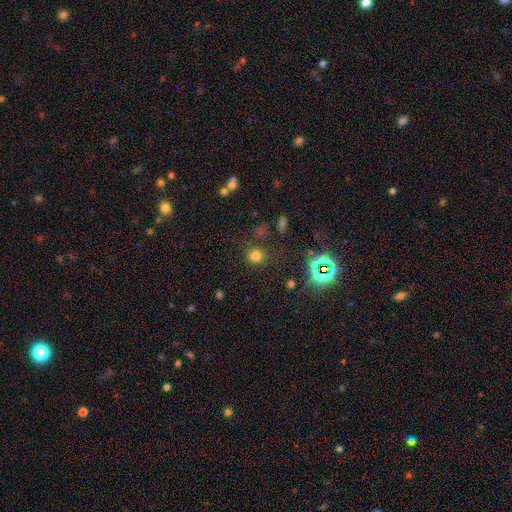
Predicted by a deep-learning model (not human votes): smooth_or_featured: smooth (p=0.70) [alt: star or artifact p=0.24]
how_rounded: round (p=0.87) [alt: in between p=0.12]
merging: none (p=0.80) [alt: minor disturbance p=0.11]